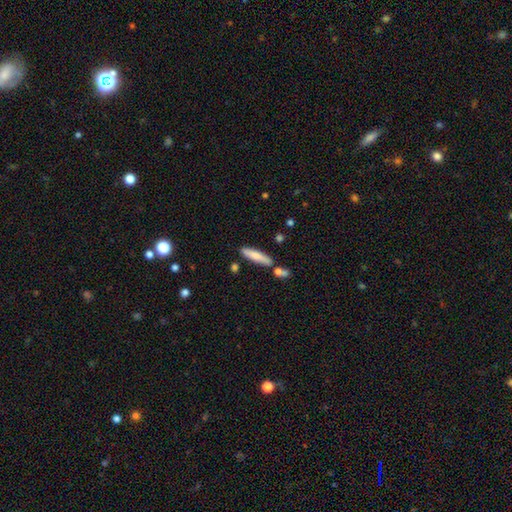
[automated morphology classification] Smooth or featured?
  - smooth: 74% *
  - featured or disk: 21%
  - star or artifact: 6%
How rounded?
  - cigar-shaped: 80% *
  - in between: 18%
  - round: 2%
Merging?
  - none: 77% *
  - minor disturbance: 12%
  - merger: 8%
  - major disturbance: 3%